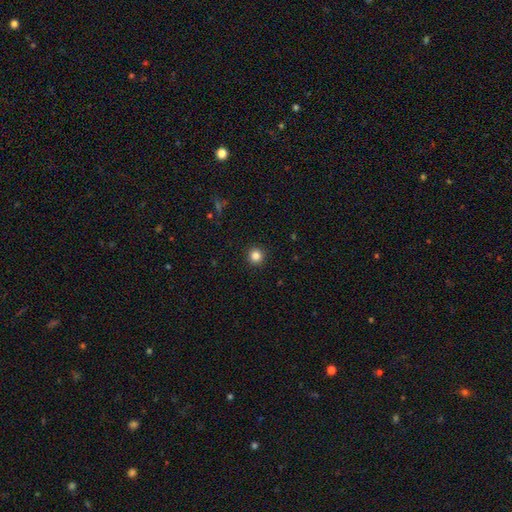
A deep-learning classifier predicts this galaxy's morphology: Overall: smooth (84%). How rounded: round (95%). Merging: none (93%).